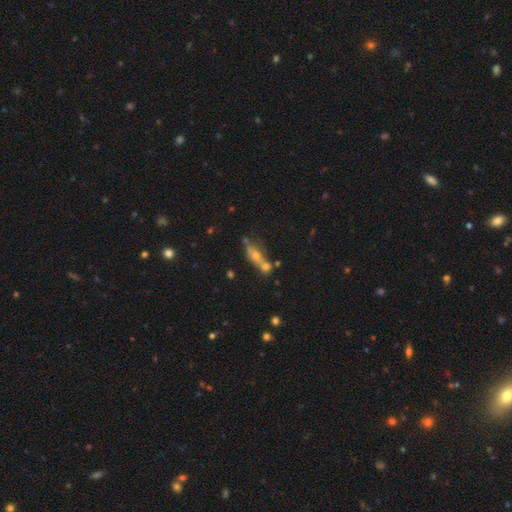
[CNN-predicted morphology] featured or disk 45%, smooth 39%, star or artifact 16%. Down the decision tree: merging — none (50%).